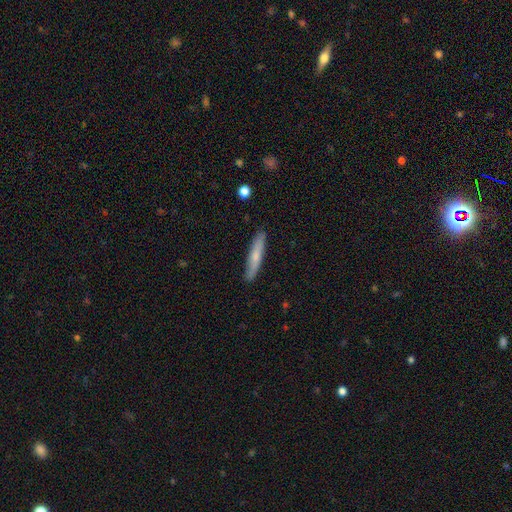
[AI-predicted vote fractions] A smooth galaxy with no disk features (65%) that is cigar-shaped (91%).

Vote fractions:
- Smooth or featured? smooth: 65% / featured or disk: 30% / star or artifact: 6%
- How rounded? cigar-shaped: 91% / in between: 7% / round: 1%
- Merging? none: 88% / minor disturbance: 9% / major disturbance: 2% / merger: 1%